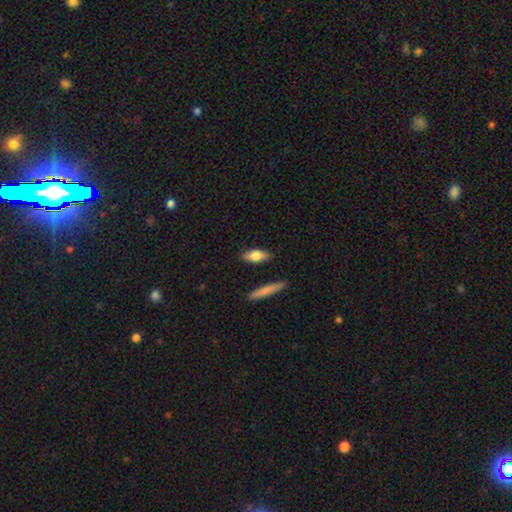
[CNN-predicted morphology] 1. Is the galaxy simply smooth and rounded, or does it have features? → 78% smooth, 16% featured or disk, 6% star or artifact.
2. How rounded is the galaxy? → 71% in between, 26% cigar-shaped, 3% round.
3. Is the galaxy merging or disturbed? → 86% none, 9% minor disturbance, 3% merger, 2% major disturbance.